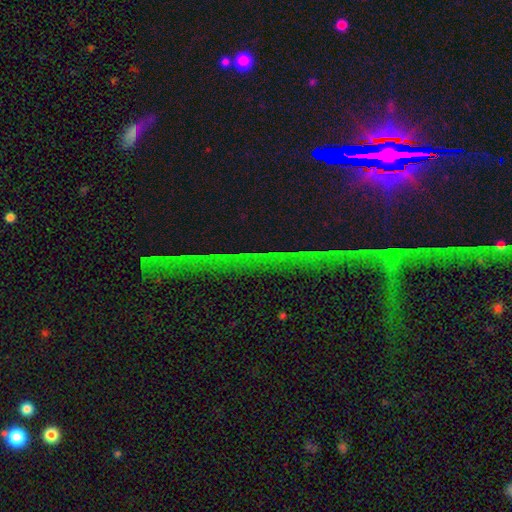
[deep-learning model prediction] smooth_or_featured: star or artifact (p=0.78) [alt: featured or disk p=0.12]